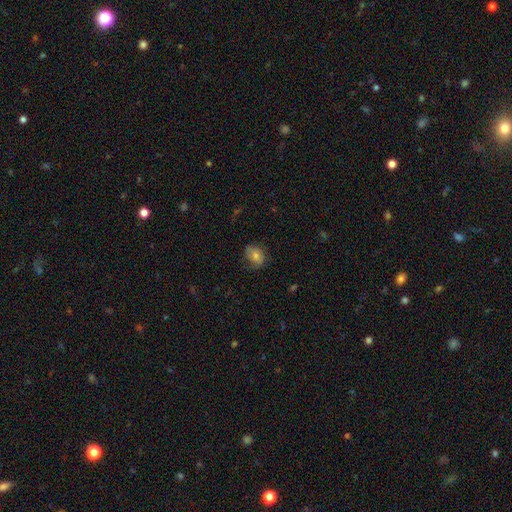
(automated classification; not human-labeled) The model was most divided on "how rounded": in between: 58%, round: 41%, cigar-shaped: 1%. More confident: merging — none (71%); smooth or featured — smooth (69%).